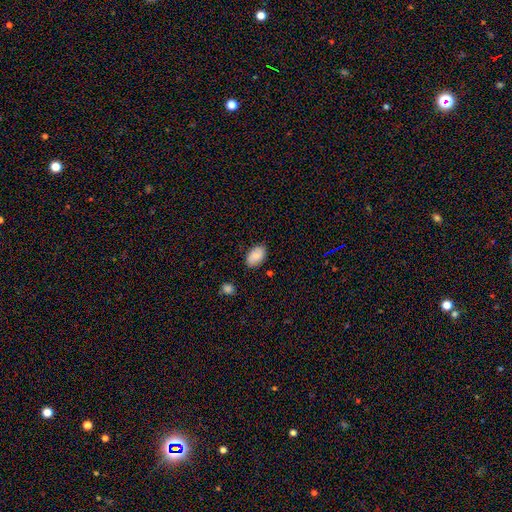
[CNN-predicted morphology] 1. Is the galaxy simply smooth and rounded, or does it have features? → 86% smooth, 7% star or artifact, 7% featured or disk.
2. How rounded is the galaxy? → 92% in between, 7% round, 1% cigar-shaped.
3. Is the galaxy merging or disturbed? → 83% none, 13% minor disturbance, 3% major disturbance, 2% merger.